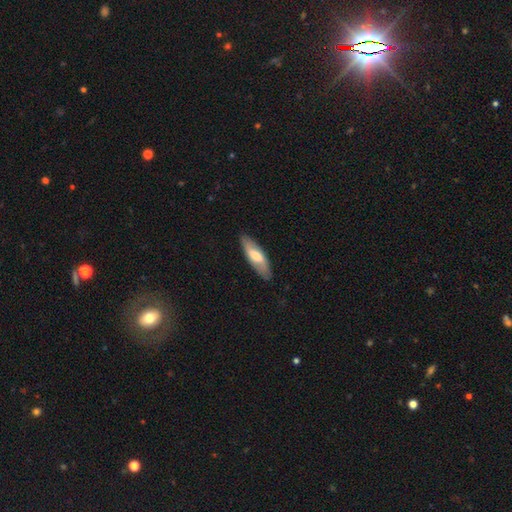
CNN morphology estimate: Smooth or featured?
  - smooth: 55% *
  - featured or disk: 40%
  - star or artifact: 5%
How rounded?
  - in between: 56% *
  - cigar-shaped: 42%
  - round: 2%
Merging?
  - none: 85% *
  - minor disturbance: 11%
  - major disturbance: 2%
  - merger: 1%